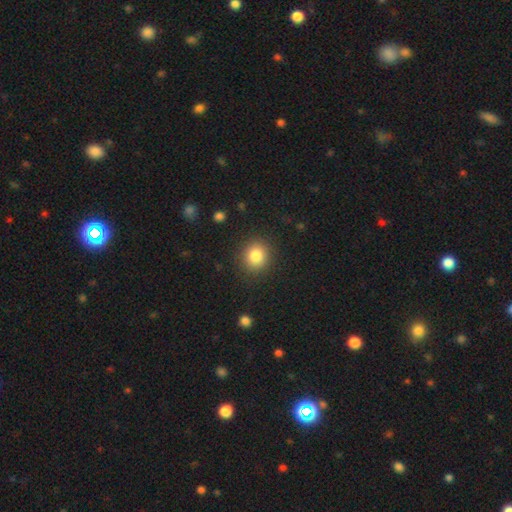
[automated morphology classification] The model was most divided on "how rounded": round: 82%, in between: 17%, cigar-shaped: 1%. More confident: merging — none (88%); smooth or featured — smooth (84%).